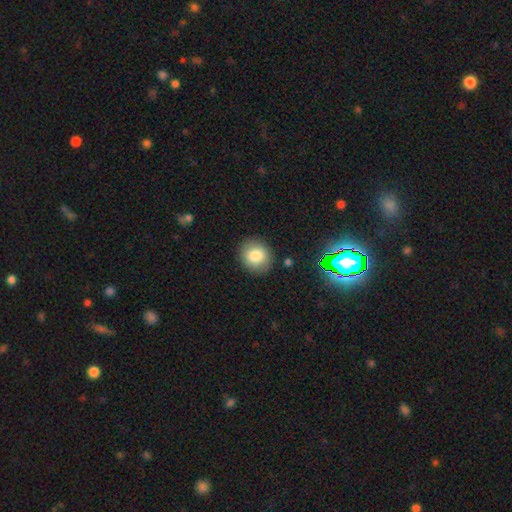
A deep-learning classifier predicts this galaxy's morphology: A smooth galaxy with no disk features (82%) that is round (82%). Merging: none (88%).